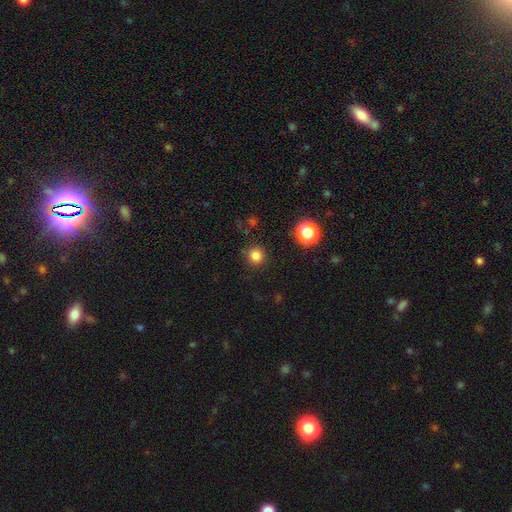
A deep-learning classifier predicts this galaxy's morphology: type=smooth (81%); roundness=round (94%); merging=none (88%).